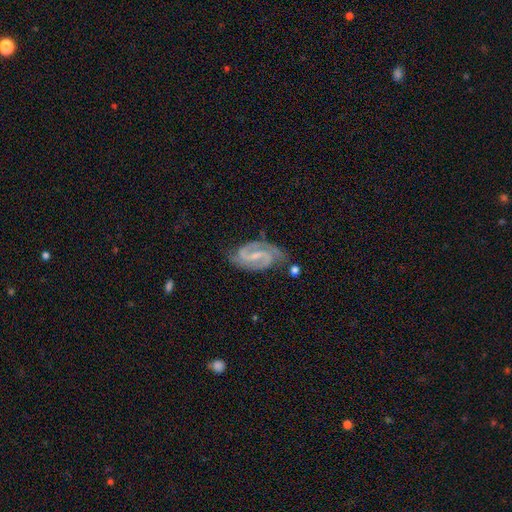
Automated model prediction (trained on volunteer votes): Morphology: type=featured or disk (91%); edge-on=no (97%); bar=weak (49%); spiral arms=yes (98%); winding=medium (55%); arm count=2 (93%); bulge=small (63%); merging=none (73%).